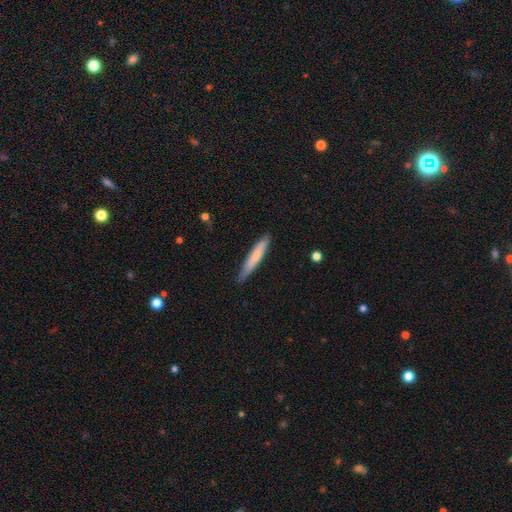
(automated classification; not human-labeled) smooth-or-featured: smooth: 70% | featured or disk: 24% | star or artifact: 5%
  how-rounded: cigar-shaped: 92% | in between: 7% | round: 1%
  merging: none: 80% | minor disturbance: 16% | major disturbance: 2% | merger: 1%